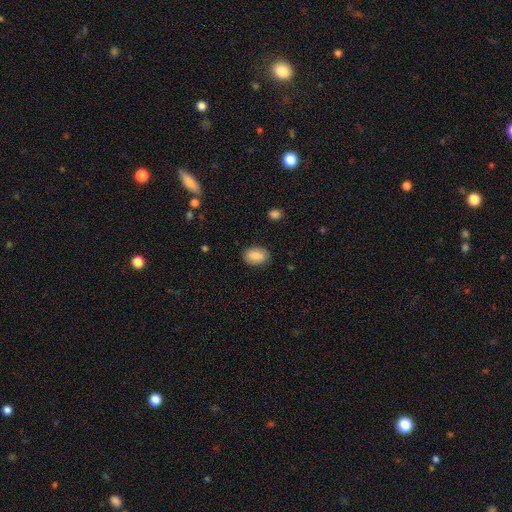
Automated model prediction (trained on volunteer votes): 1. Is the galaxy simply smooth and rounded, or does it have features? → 87% smooth, 7% star or artifact, 6% featured or disk.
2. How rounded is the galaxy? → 88% in between, 11% round, 1% cigar-shaped.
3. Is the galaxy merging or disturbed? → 87% none, 10% minor disturbance, 2% major disturbance, 1% merger.